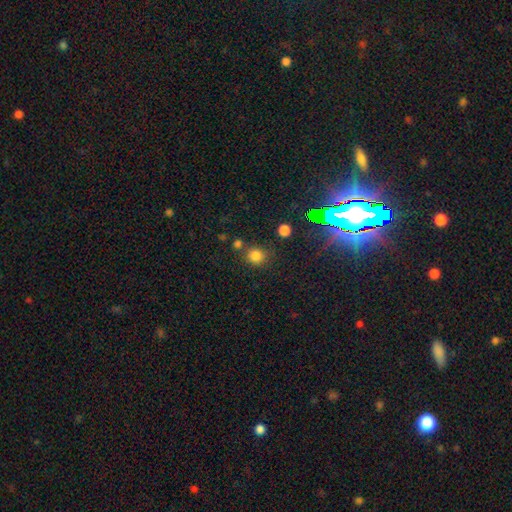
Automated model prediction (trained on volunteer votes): This is likely a smooth galaxy (79%). How rounded: clearly round (86%). Merging: likely none (74%).